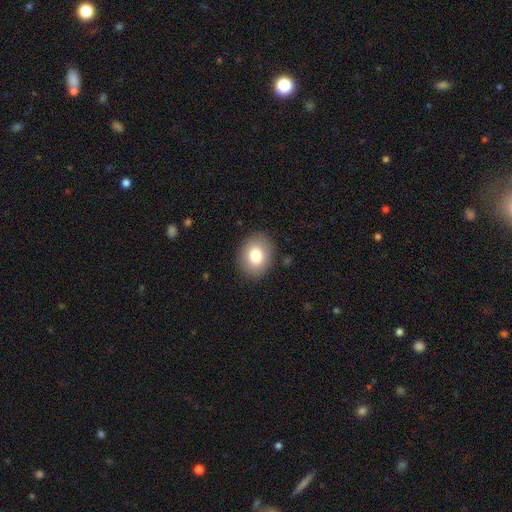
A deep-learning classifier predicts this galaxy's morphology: Smooth or featured?
  - smooth: 80% *
  - featured or disk: 11%
  - star or artifact: 9%
How rounded?
  - in between: 51% *
  - round: 49%
  - cigar-shaped: 1%
Merging?
  - none: 88% *
  - minor disturbance: 9%
  - major disturbance: 3%
  - merger: 1%